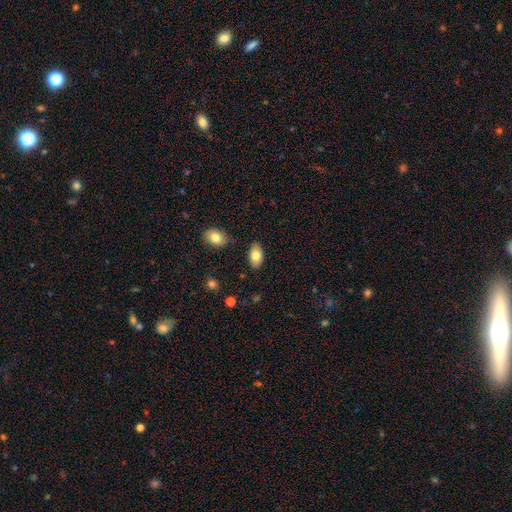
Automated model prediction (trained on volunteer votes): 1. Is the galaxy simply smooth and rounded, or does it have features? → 80% smooth, 13% featured or disk, 7% star or artifact.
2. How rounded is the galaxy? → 93% in between, 5% round, 2% cigar-shaped.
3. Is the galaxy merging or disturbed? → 83% none, 12% minor disturbance, 3% merger, 2% major disturbance.